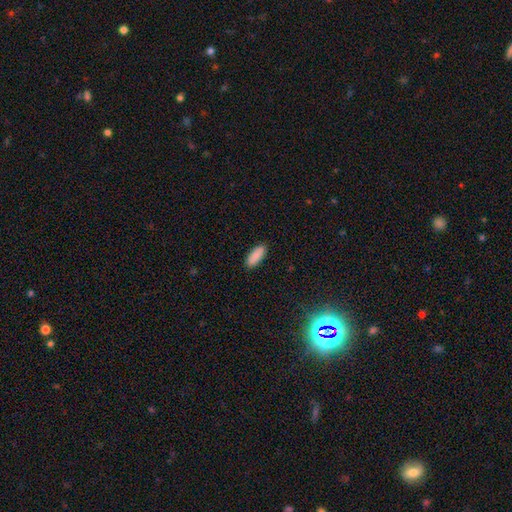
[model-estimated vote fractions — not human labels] The model was most divided on "how rounded": in between: 72%, cigar-shaped: 27%, round: 2%. More confident: merging — none (90%); smooth or featured — smooth (90%).